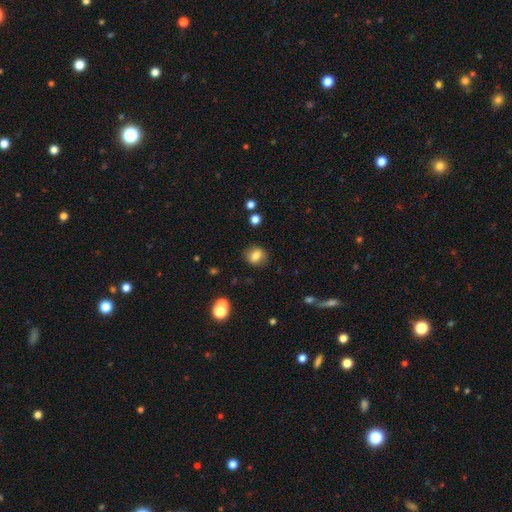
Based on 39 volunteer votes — Overall: smooth (77%). How rounded: round (60%; in between 40%). Merging: none (69%).